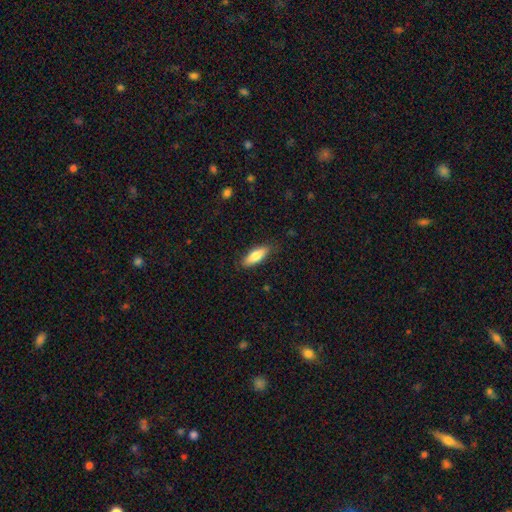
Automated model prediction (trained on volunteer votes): A smooth galaxy with no disk features (77%) that is in between round and cigar-shaped (60%).

Vote fractions:
- Smooth or featured? smooth: 77% / featured or disk: 17% / star or artifact: 6%
- How rounded? in between: 60% / cigar-shaped: 38% / round: 2%
- Merging? none: 83% / minor disturbance: 13% / major disturbance: 3% / merger: 1%